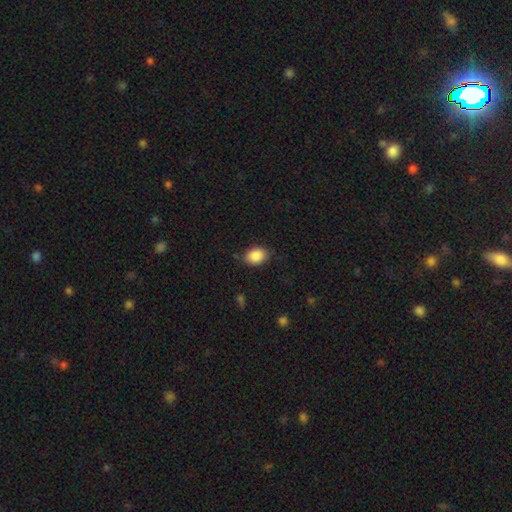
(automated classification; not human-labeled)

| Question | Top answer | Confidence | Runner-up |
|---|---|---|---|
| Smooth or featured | smooth | 87% | star or artifact (8%) |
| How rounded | in between | 67% | round (32%) |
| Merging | none | 81% | minor disturbance (14%) |